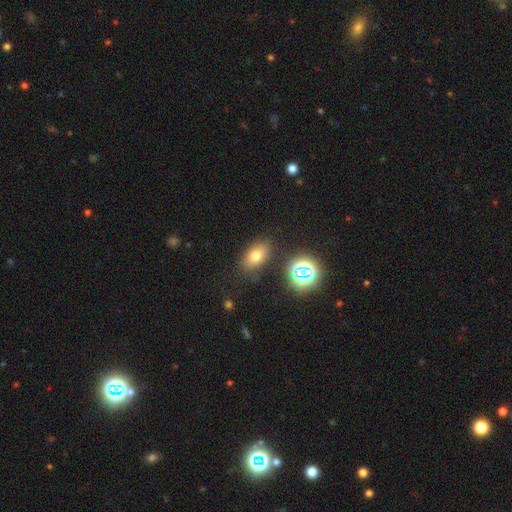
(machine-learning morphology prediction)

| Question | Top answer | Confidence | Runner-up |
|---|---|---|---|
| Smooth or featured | smooth | 69% | star or artifact (18%) |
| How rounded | in between | 83% | round (14%) |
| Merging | none | 82% | minor disturbance (11%) |